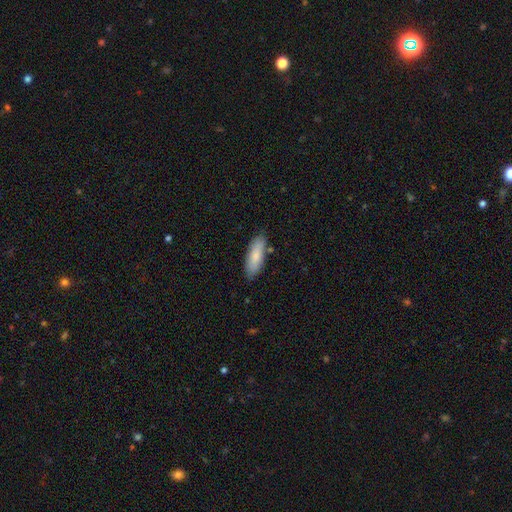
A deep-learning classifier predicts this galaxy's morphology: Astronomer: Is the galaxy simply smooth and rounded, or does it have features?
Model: smooth — 82%.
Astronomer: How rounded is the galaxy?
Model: in between — 62%.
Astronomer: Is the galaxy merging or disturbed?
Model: none — 80%.